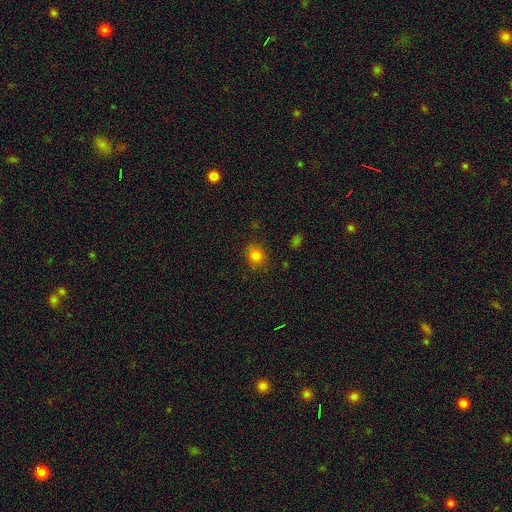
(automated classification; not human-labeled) smooth 80%, star or artifact 13%, featured or disk 6%. Down the decision tree: how rounded — round (65%); merging — none (83%).